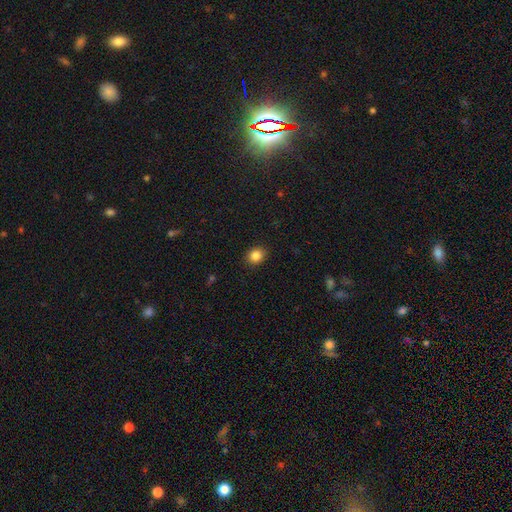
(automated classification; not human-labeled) This appears to be a smooth galaxy with no disk features (85%) that is round (67%). Merging: none (89%).